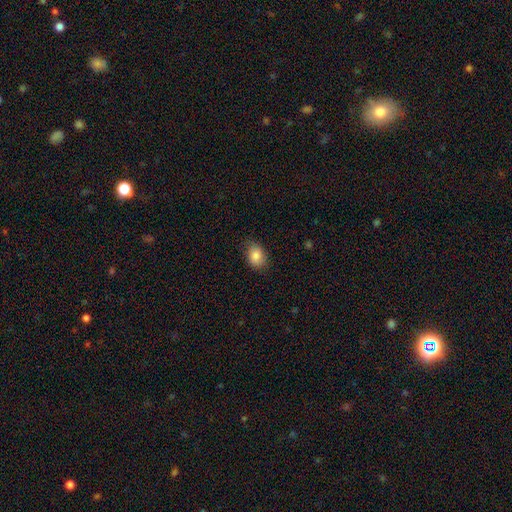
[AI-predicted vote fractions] This appears to be a smooth galaxy with no disk features (85%) that is in between round and cigar-shaped (70%). Merging: none (77%).